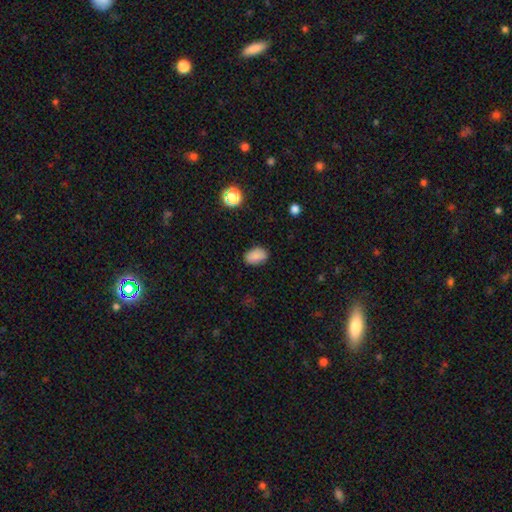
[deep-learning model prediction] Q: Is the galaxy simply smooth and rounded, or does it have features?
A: smooth — 86%.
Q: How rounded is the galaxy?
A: in between — 86%.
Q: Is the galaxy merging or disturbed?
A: none — 84%.